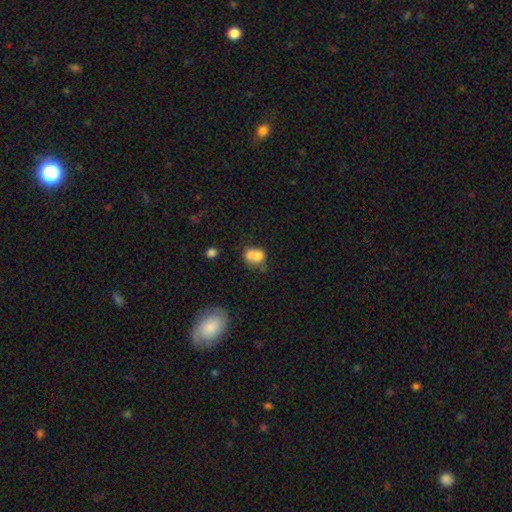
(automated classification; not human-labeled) The model was most divided on "how rounded": in between: 53%, round: 45%, cigar-shaped: 1%. Remaining: smooth or featured — smooth (71%); merging — merger (40%).